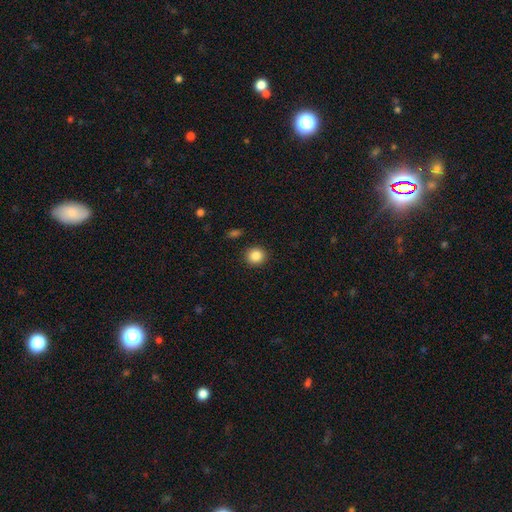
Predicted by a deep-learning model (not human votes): A smooth galaxy with no disk features (86%) that is round (88%).

Vote fractions:
- Smooth or featured? smooth: 86% / star or artifact: 10% / featured or disk: 4%
- How rounded? round: 88% / in between: 11% / cigar-shaped: 1%
- Merging? none: 91% / minor disturbance: 6% / major disturbance: 2% / merger: 1%